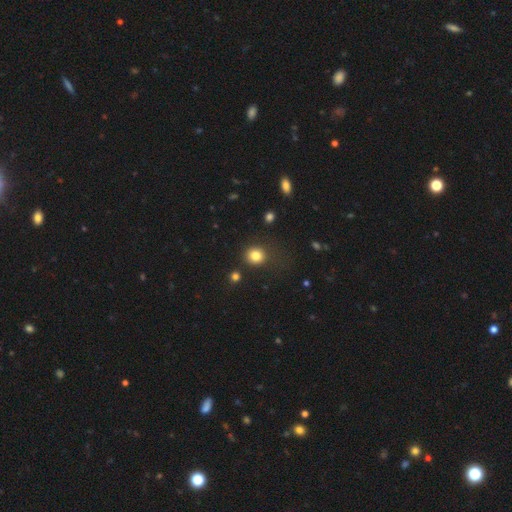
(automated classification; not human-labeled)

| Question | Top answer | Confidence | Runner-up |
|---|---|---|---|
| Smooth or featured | smooth | 82% | star or artifact (12%) |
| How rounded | round | 83% | in between (16%) |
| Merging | none | 76% | minor disturbance (14%) |